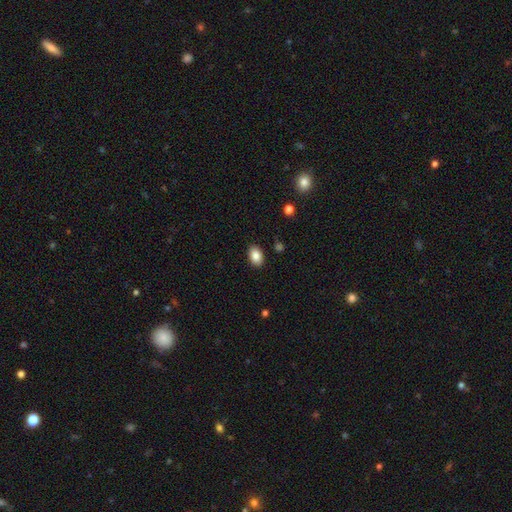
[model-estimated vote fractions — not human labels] A smooth galaxy with no disk features (85%) that is in between round and cigar-shaped (86%). Merging: none (89%).